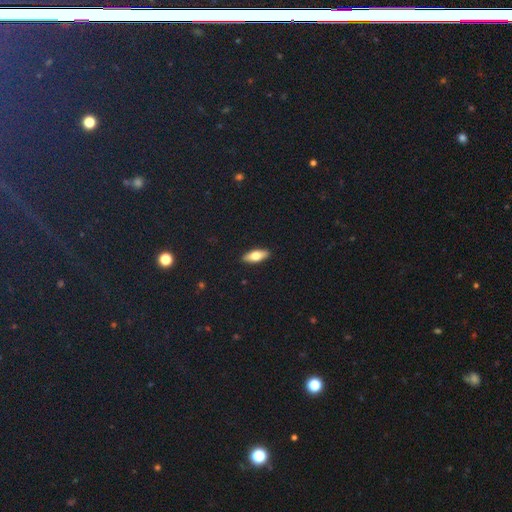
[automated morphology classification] Smooth or featured? Predicted: smooth (p=0.67). How rounded? Predicted: in between (p=0.70). Merging? Predicted: none (p=0.91).